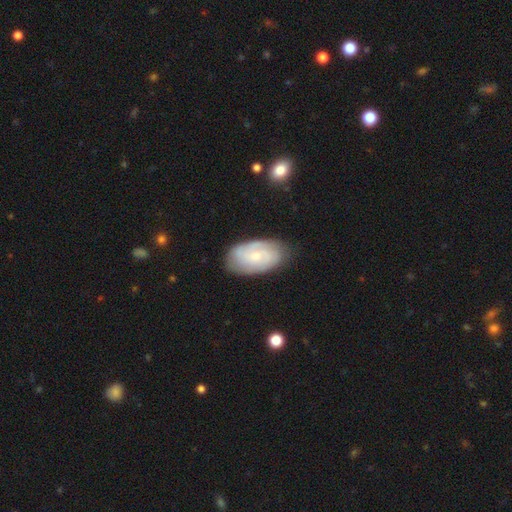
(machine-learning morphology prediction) type=featured or disk (63%); edge-on=no (96%); bar=no (63%); spiral arms=yes (89%); winding=tight (55%); arm count=2 (39%); bulge=small (64%); merging=none (76%).